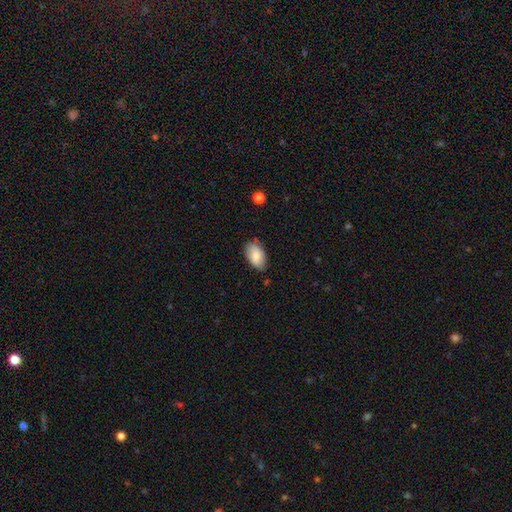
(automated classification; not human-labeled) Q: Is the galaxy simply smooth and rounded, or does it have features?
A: smooth — 85%.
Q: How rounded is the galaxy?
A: in between — 94%.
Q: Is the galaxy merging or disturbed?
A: none — 75%.